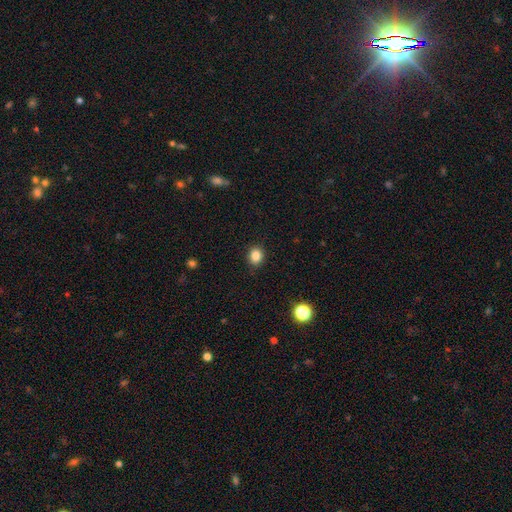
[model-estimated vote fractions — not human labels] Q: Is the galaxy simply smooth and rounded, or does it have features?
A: smooth — 85%.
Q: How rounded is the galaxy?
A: round — 64%.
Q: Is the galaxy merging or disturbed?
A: none — 89%.